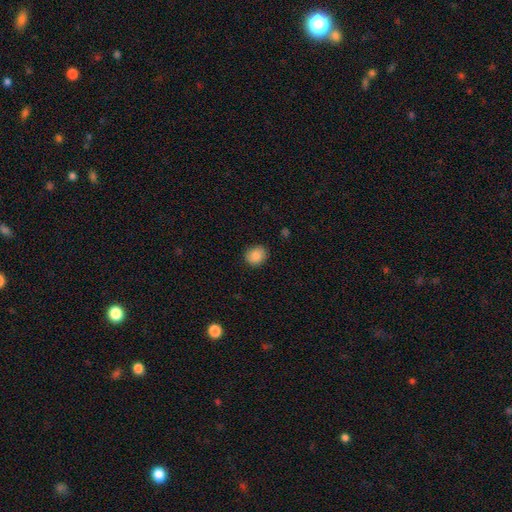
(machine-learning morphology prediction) smooth-or-featured: smooth: 87% | star or artifact: 8% | featured or disk: 5%
  how-rounded: round: 71% | in between: 28% | cigar-shaped: 1%
  merging: none: 86% | minor disturbance: 10% | major disturbance: 2% | merger: 1%